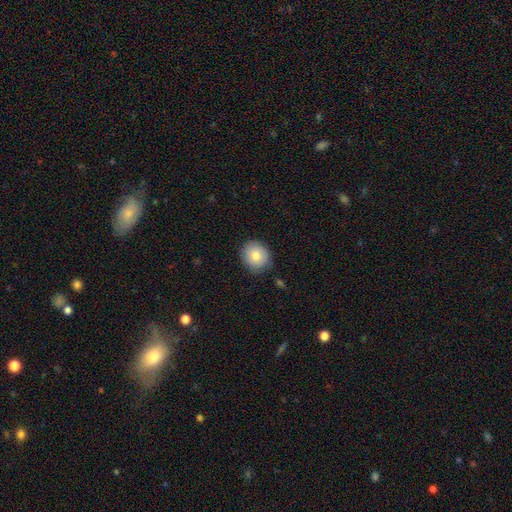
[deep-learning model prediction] Smooth or featured: smooth — 77% (featured or disk — 15%)
How rounded: round — 85% (in between — 15%)
Merging: none — 86% (minor disturbance — 11%)